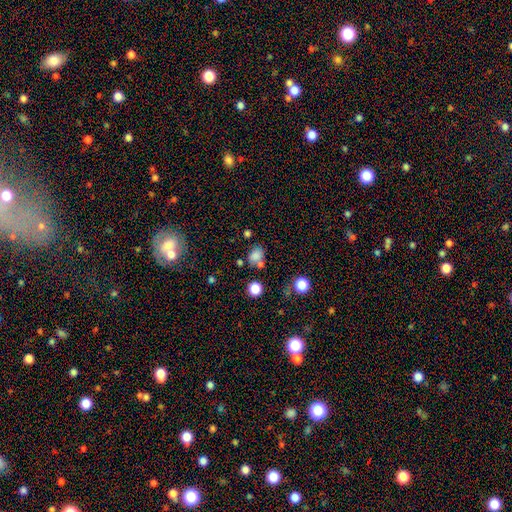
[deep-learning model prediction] Q: Smooth or featured?
A: smooth (77%); runner-up: star or artifact (15%)
Q: How rounded?
A: in between (51%); runner-up: round (47%)
Q: Merging?
A: none (57%); runner-up: merger (22%)